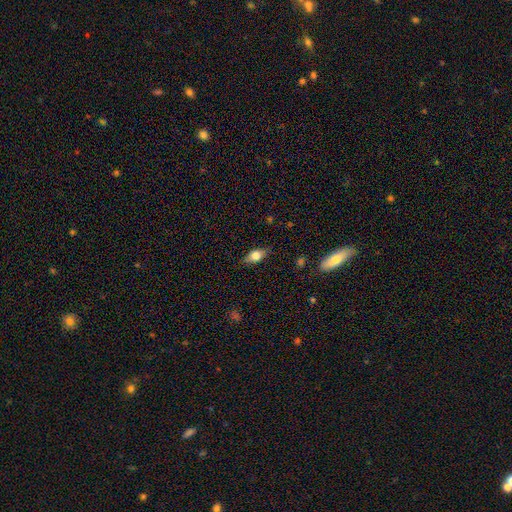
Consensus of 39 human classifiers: This is likely a smooth galaxy (69%). How rounded: clearly in between (89%). Merging: possibly none (56%).